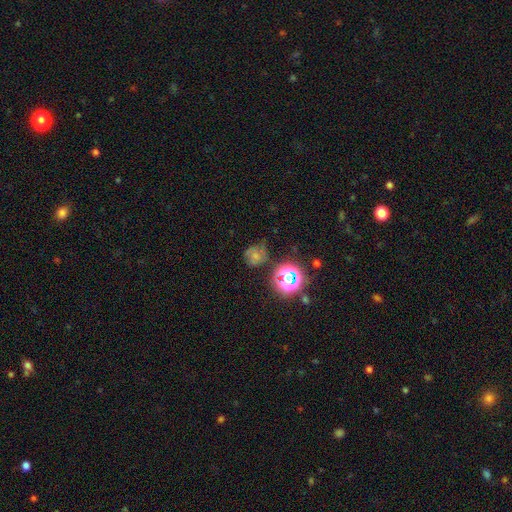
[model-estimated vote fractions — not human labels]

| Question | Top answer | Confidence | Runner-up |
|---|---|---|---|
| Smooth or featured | smooth | 56% | star or artifact (26%) |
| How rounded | round | 79% | in between (20%) |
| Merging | none | 54% | minor disturbance (28%) |